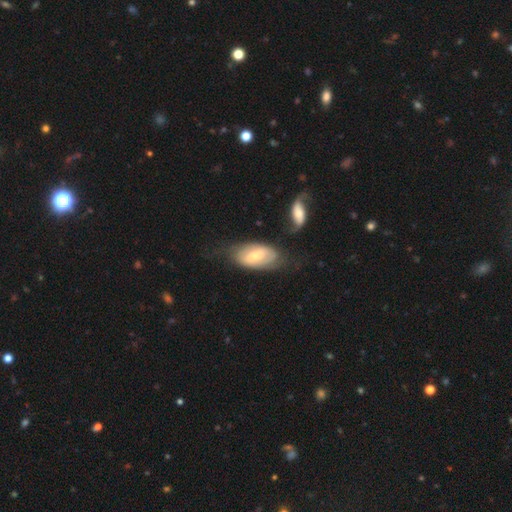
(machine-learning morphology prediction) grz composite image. It shows a smooth galaxy with no disk features (51%) that is in between round and cigar-shaped (92%). Merging: none (53%).